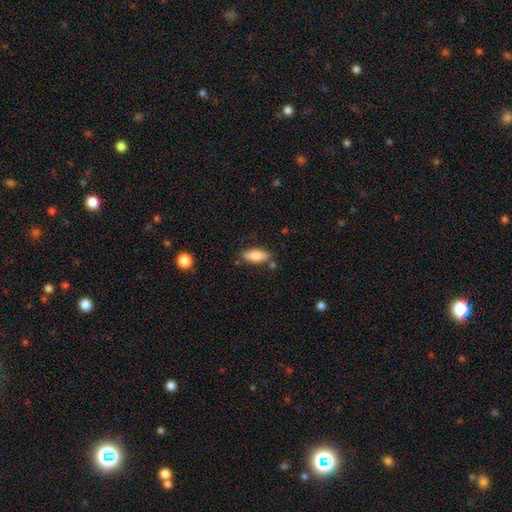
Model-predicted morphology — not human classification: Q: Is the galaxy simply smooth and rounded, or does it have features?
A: smooth — 83%.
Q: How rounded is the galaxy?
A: in between — 78%.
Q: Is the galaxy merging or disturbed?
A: none — 77%.